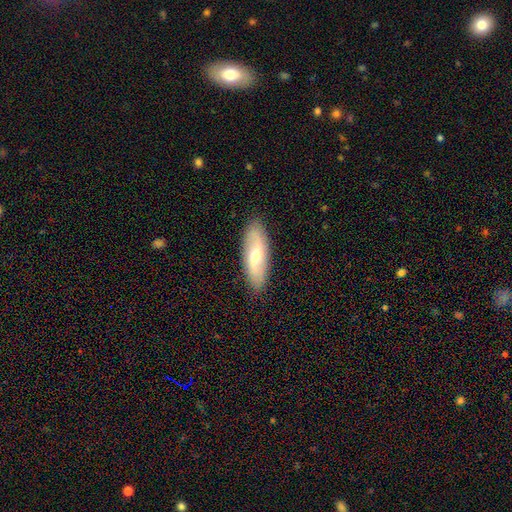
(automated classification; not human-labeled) featured or disk 56%, smooth 38%, star or artifact 6%. Down the decision tree: edge-on disk — no (82%); merging — none (88%).